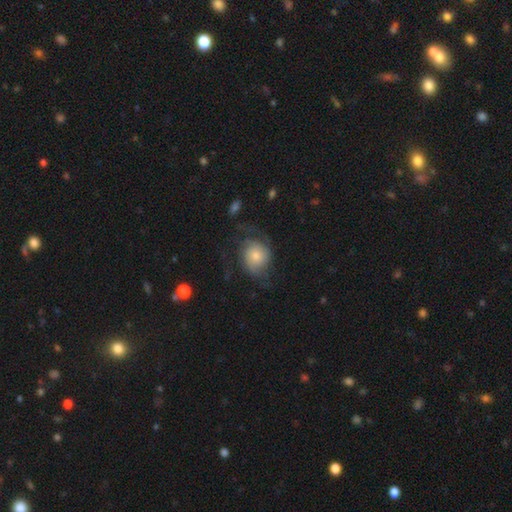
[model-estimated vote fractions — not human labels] A featured or disk galaxy (57%) with no bar (78%), spiral arms (87%) and a small central bulge (44%).

Vote fractions:
- Smooth or featured? featured or disk: 57% / smooth: 35% / star or artifact: 7%
- Edge-on disk? no: 97% / yes: 3%
- Bar? no: 78% / weak: 19% / strong: 3%
- Spiral arms? yes: 87% / no: 13%
- Bulge size? small: 44% / moderate: 37% / large: 12% / none: 4% / dominant: 3%
- Merging? none: 51% / major disturbance: 26% / minor disturbance: 21% / merger: 2%